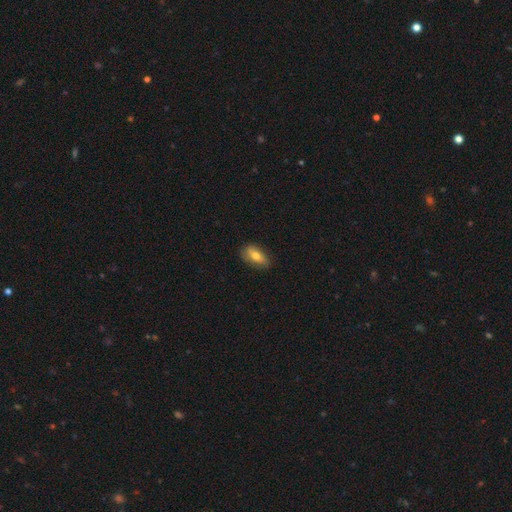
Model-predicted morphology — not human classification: Smooth or featured?
  - smooth: 69% *
  - featured or disk: 24%
  - star or artifact: 7%
How rounded?
  - in between: 82% *
  - cigar-shaped: 13%
  - round: 5%
Merging?
  - none: 80% *
  - minor disturbance: 16%
  - major disturbance: 3%
  - merger: 1%